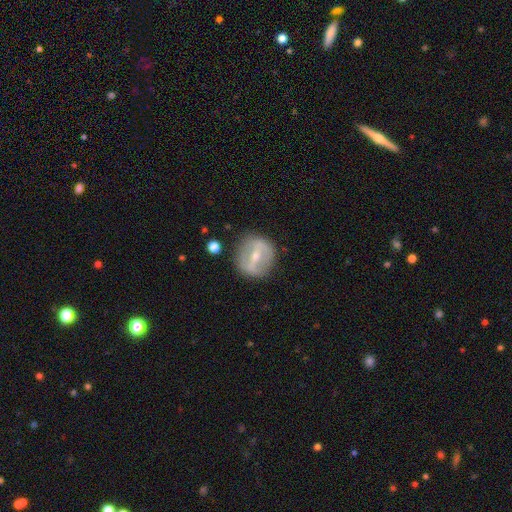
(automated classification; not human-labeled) The model was most divided on "bulge size": small: 49%, moderate: 47%, large: 2%, none: 2%, dominant: 1%. More confident: edge-on disk — no (90%); merging — none (81%); spiral arms — no (68%); smooth or featured — featured or disk (68%); bar — strong (62%).